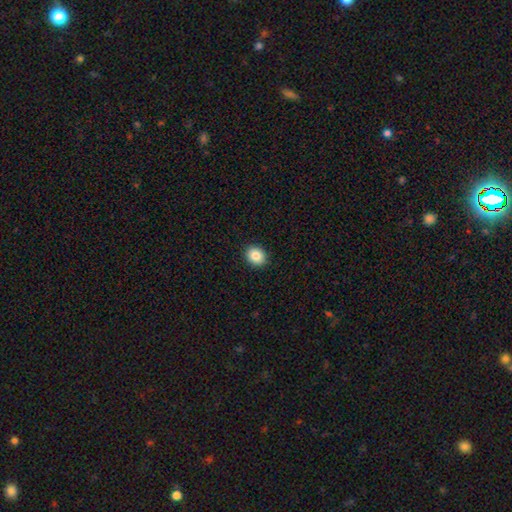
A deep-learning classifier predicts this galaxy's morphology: Smooth or featured?
  - smooth: 85% *
  - star or artifact: 9%
  - featured or disk: 6%
How rounded?
  - round: 62% *
  - in between: 37%
  - cigar-shaped: 1%
Merging?
  - none: 92% *
  - minor disturbance: 6%
  - major disturbance: 2%
  - merger: 1%